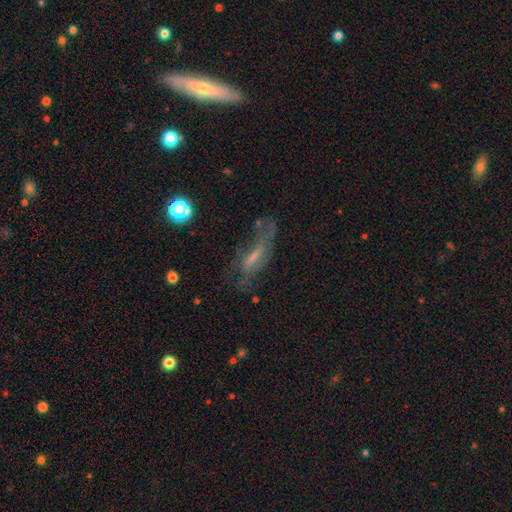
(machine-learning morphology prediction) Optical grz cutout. It shows a featured or disk galaxy (53%). Merging: none (44%).